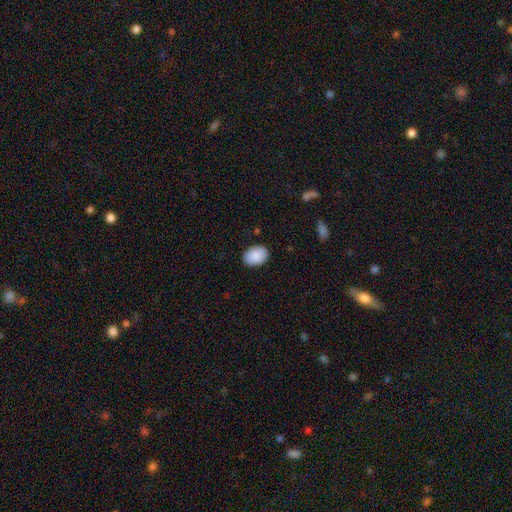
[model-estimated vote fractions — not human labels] Smooth or featured?
  - smooth: 89% *
  - star or artifact: 6%
  - featured or disk: 4%
How rounded?
  - in between: 78% *
  - round: 21%
  - cigar-shaped: 1%
Merging?
  - none: 88% *
  - minor disturbance: 9%
  - major disturbance: 2%
  - merger: 1%